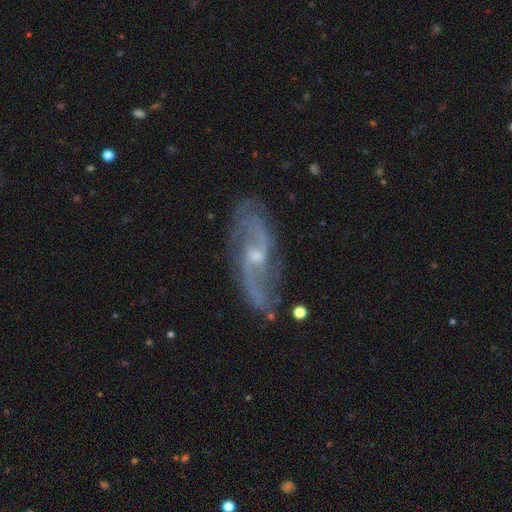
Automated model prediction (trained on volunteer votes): This appears to be a featured or disk galaxy (84%) with no bar (47%), 2 (80%) loose (62%) spiral arms (93%) and a small central bulge (61%). Merging: none (75%).